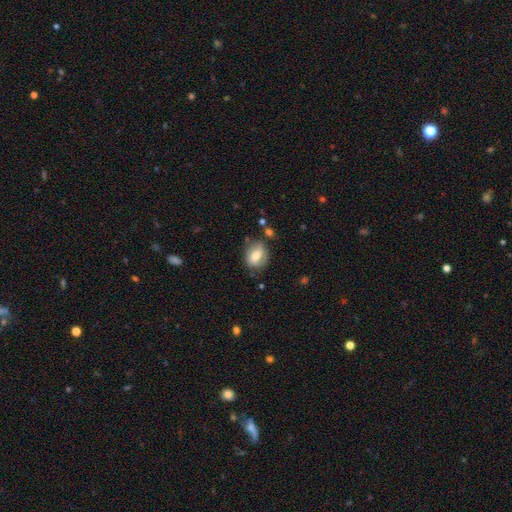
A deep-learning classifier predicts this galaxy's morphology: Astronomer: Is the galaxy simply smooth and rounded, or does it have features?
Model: smooth — 62%.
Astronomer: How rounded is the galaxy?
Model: round — 51% (runner-up: in between, 48%).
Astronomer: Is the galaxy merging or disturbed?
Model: none — 69%.